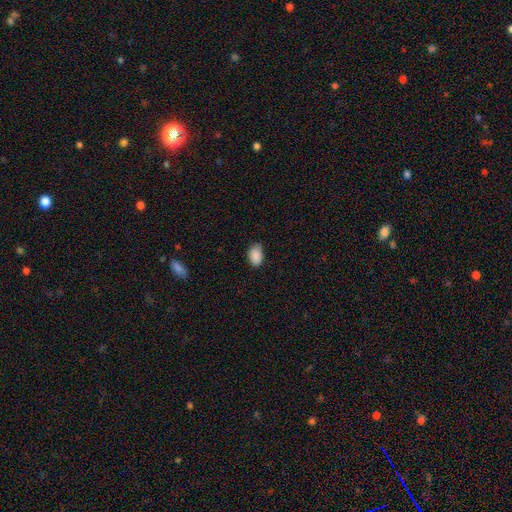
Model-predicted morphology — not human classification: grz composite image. It shows a smooth galaxy with no disk features (89%) that is in between round and cigar-shaped (89%). Merging: none (77%).